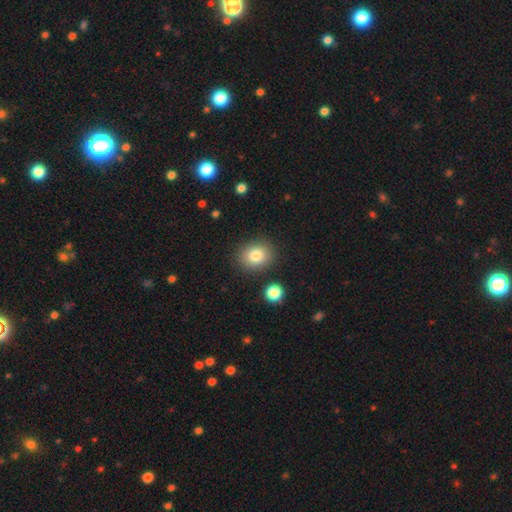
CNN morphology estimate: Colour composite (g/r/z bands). It shows a smooth galaxy with no disk features (82%) that is round (60%). Merging: none (86%).